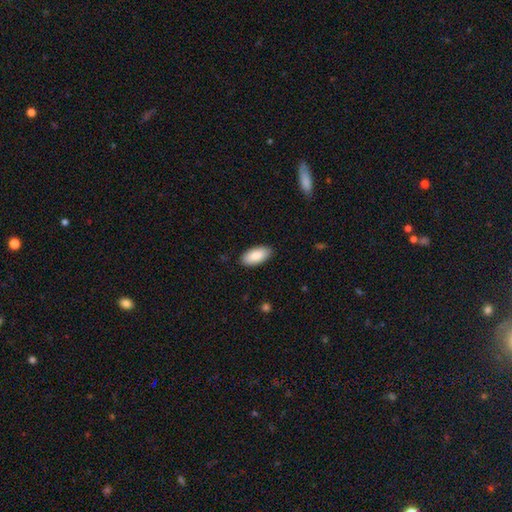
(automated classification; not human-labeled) Smooth or featured?
  - smooth: 88% *
  - featured or disk: 7%
  - star or artifact: 6%
How rounded?
  - in between: 93% *
  - cigar-shaped: 5%
  - round: 2%
Merging?
  - none: 89% *
  - minor disturbance: 9%
  - major disturbance: 2%
  - merger: 1%